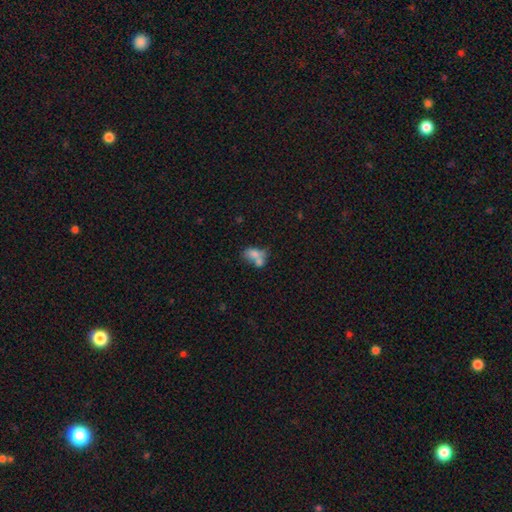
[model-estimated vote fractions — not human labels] Smooth or featured? Predicted: smooth (p=0.69). How rounded? Predicted: in between (p=0.78). Merging? Predicted: merger (p=0.59).